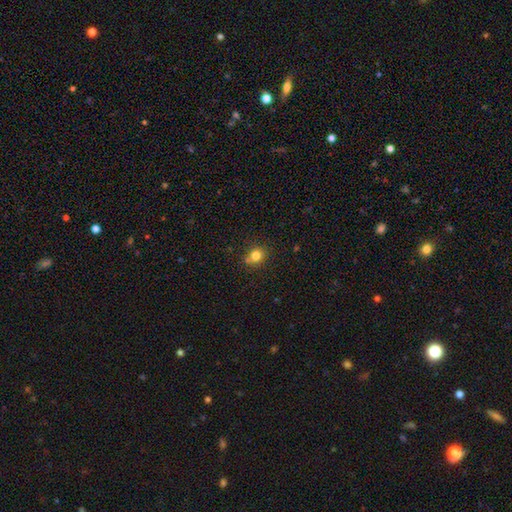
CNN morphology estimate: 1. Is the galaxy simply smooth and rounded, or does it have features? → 80% smooth, 13% star or artifact, 7% featured or disk.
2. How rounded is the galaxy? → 77% round, 22% in between, 1% cigar-shaped.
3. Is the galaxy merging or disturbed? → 77% none, 11% minor disturbance, 8% merger, 3% major disturbance.